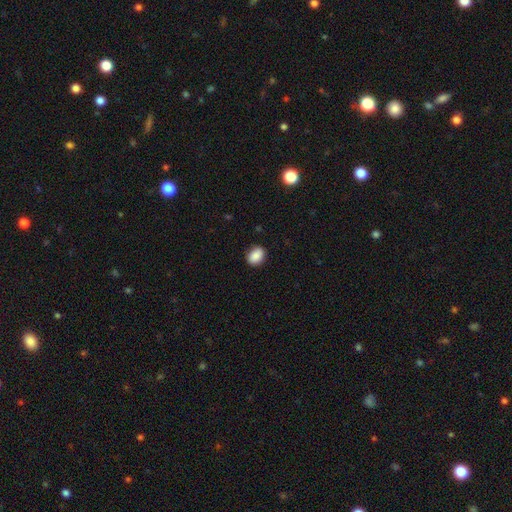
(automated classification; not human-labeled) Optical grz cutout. It shows a smooth galaxy with no disk features (88%) that is in between round and cigar-shaped (65%). Merging: none (89%).